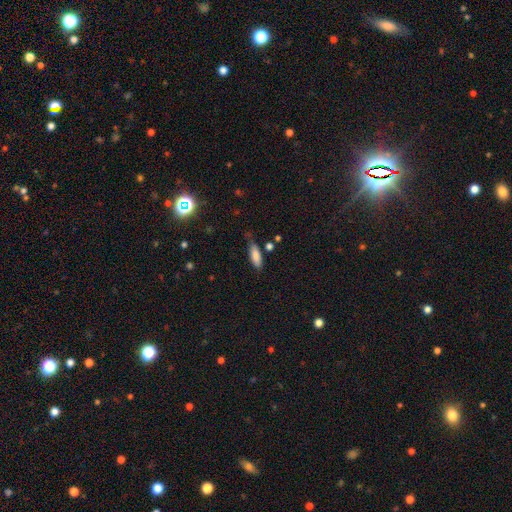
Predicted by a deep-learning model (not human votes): Overall: smooth (82%). How rounded: in between (60%; cigar-shaped 38%). Merging: none (65%; minor disturbance 25%).